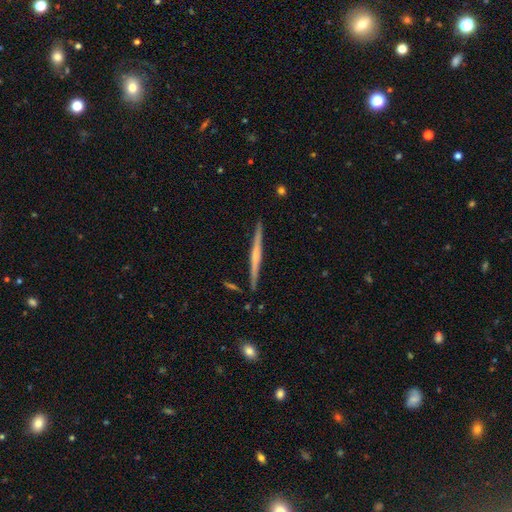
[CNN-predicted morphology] Smooth or featured? Predicted: featured or disk (p=0.64). Edge-on disk? Predicted: yes (p=0.98). Edge-on bulge? Predicted: none (p=0.49). Merging? Predicted: none (p=0.91).